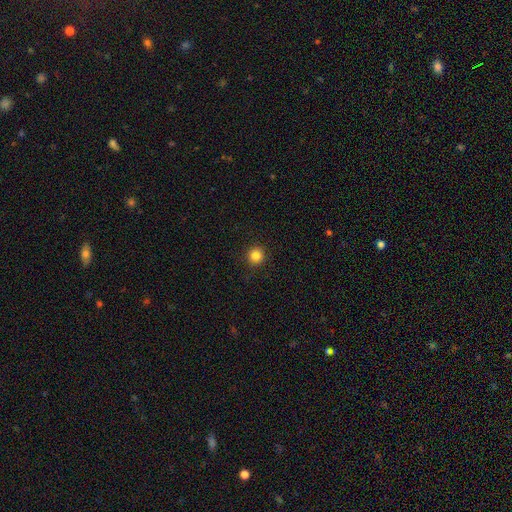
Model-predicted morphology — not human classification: A smooth galaxy with no disk features (84%) that is round (95%).

Vote fractions:
- Smooth or featured? smooth: 84% / star or artifact: 12% / featured or disk: 4%
- How rounded? round: 95% / in between: 4% / cigar-shaped: 1%
- Merging? none: 92% / minor disturbance: 5% / major disturbance: 2% / merger: 1%